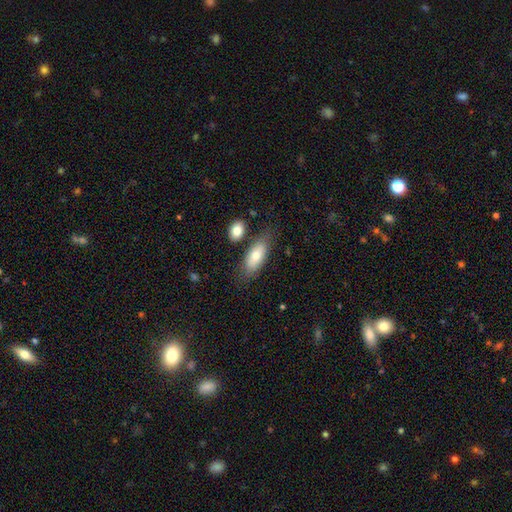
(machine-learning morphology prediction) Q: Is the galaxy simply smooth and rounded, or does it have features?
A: smooth — 77%.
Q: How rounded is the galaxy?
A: in between — 81%.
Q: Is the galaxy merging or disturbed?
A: none — 70%.